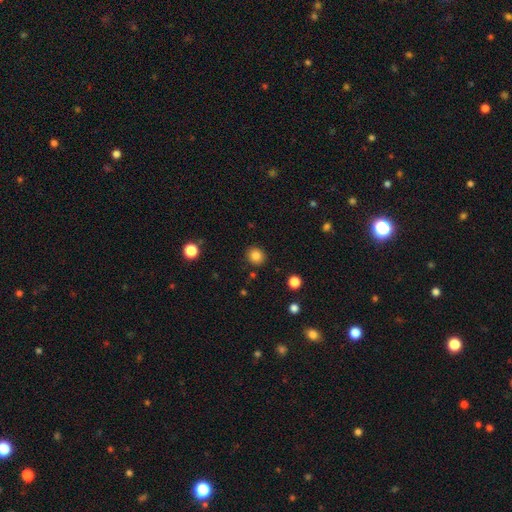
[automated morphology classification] smooth-or-featured: smooth: 84% | star or artifact: 11% | featured or disk: 5%
  how-rounded: round: 83% | in between: 16% | cigar-shaped: 1%
  merging: none: 90% | minor disturbance: 7% | major disturbance: 2% | merger: 2%